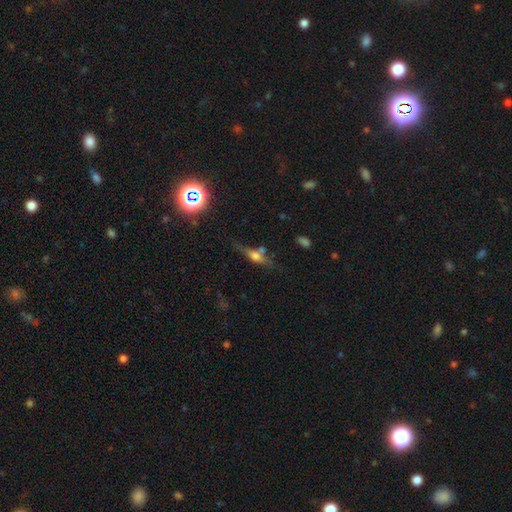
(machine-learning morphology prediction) Overall: featured or disk (54%; smooth 35%). Edge-on disk: yes (89%). Merging: none (62%).